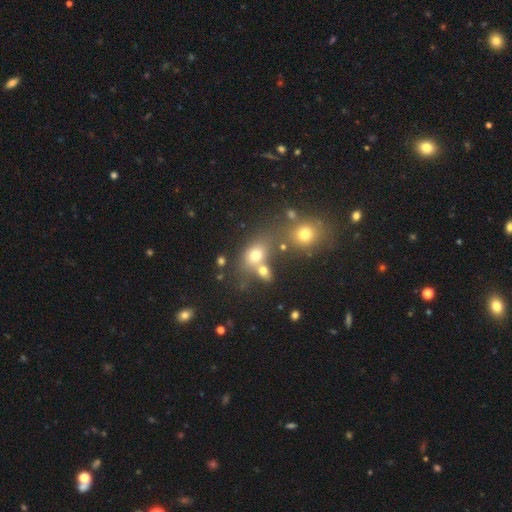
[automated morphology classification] Smooth or featured? smooth (69%)
How rounded? in between (56%)
Merging? none (46%)